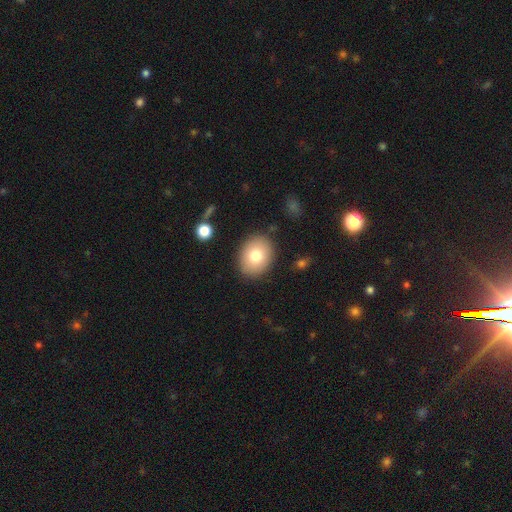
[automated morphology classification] type=smooth (77%); roundness=in between (59%); merging=none (86%).